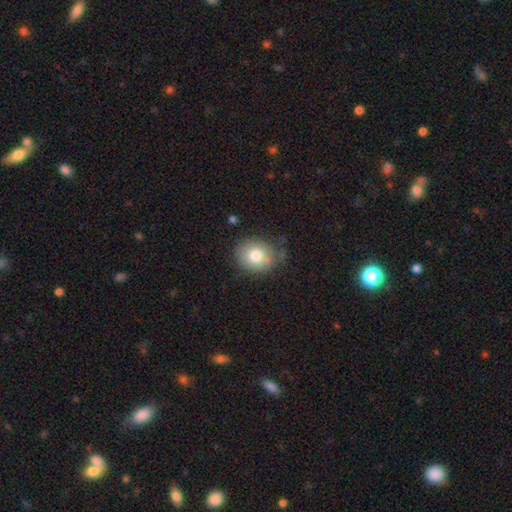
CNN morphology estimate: Smooth or featured: smooth — 79% (featured or disk — 13%)
How rounded: round — 65% (in between — 34%)
Merging: none — 70% (minor disturbance — 21%)